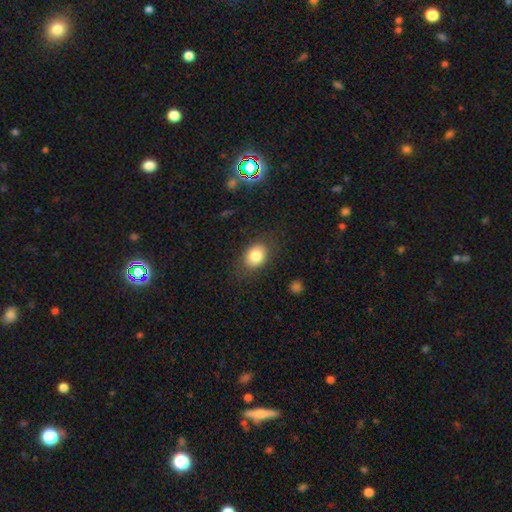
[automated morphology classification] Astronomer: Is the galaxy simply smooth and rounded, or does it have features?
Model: smooth — 81%.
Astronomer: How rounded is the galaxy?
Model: in between — 65%.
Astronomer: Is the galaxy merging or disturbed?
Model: none — 81%.